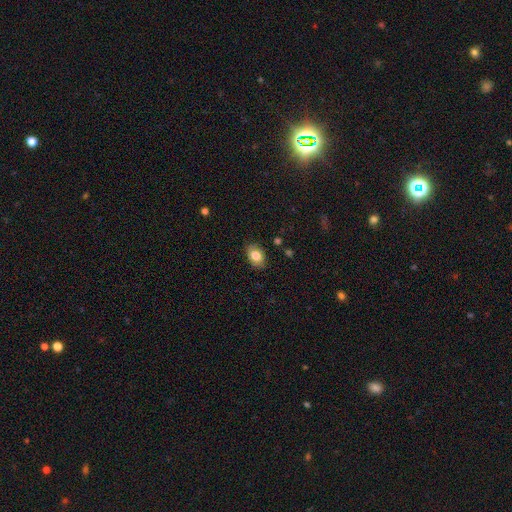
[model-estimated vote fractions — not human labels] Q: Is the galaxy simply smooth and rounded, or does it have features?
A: smooth — 83%.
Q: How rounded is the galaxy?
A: in between — 77%.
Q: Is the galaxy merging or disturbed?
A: none — 85%.